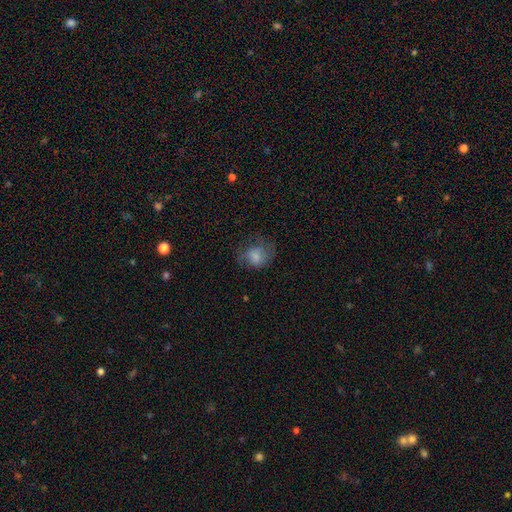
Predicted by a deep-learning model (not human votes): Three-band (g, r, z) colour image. It shows a smooth galaxy with no disk features (67%) that is round (60%). Merging: none (52%).